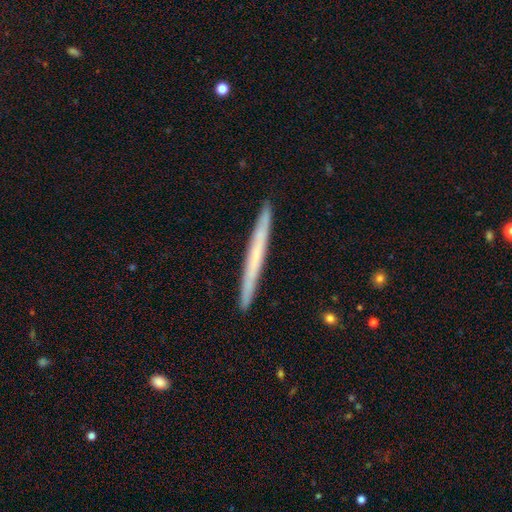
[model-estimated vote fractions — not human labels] Smooth or featured? Predicted: smooth (p=0.49). Merging? Predicted: none (p=0.92).